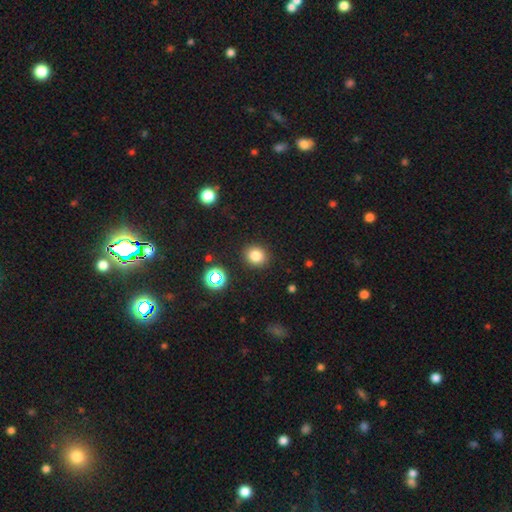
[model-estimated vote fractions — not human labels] Smooth or featured?
  - smooth: 79% *
  - star or artifact: 15%
  - featured or disk: 6%
How rounded?
  - round: 78% *
  - in between: 21%
  - cigar-shaped: 1%
Merging?
  - none: 89% *
  - minor disturbance: 7%
  - major disturbance: 3%
  - merger: 2%